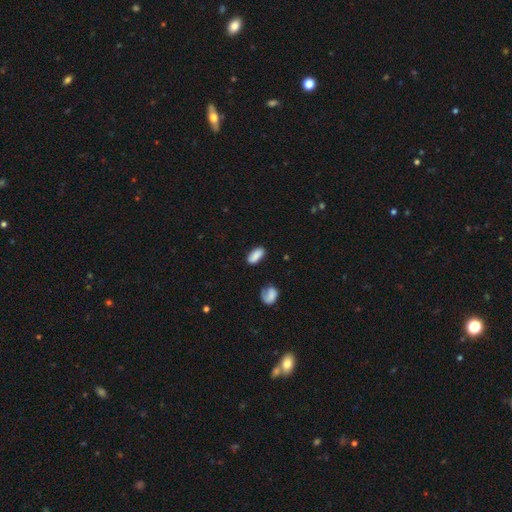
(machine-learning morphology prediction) This is clearly a smooth galaxy (85%). How rounded: clearly in between (86%). Merging: likely none (79%).